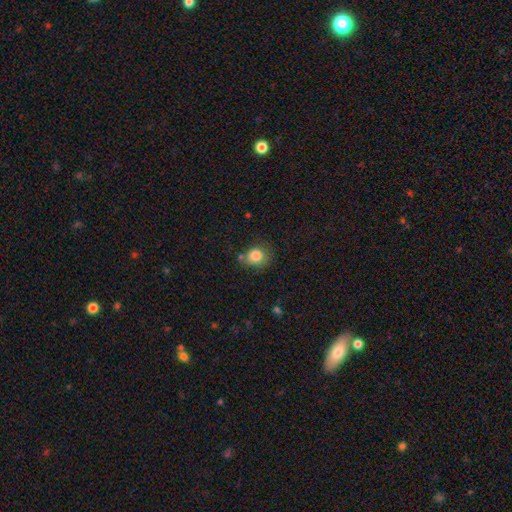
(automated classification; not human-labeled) The model was most divided on "merging": none: 63%, minor disturbance: 22%, merger: 8%, major disturbance: 7%. More confident: smooth or featured — smooth (84%); how rounded — round (75%).